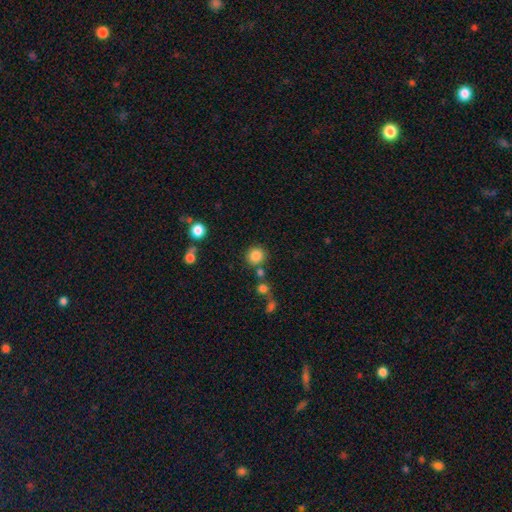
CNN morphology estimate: smooth 84%, star or artifact 11%, featured or disk 4%. Down the decision tree: how rounded — round (93%); merging — none (82%).